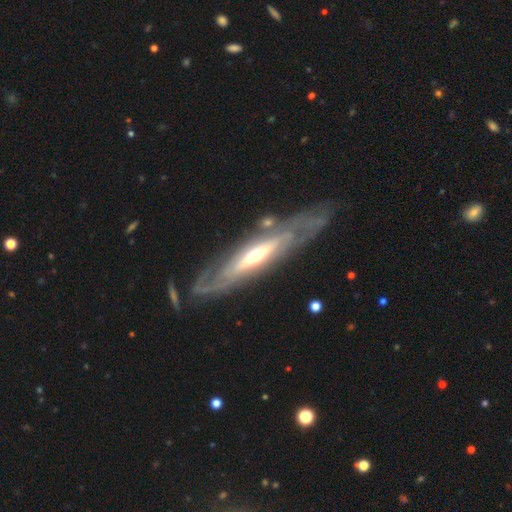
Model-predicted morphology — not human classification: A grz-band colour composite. It shows a featured or disk galaxy (82%). Merging: none (69%).